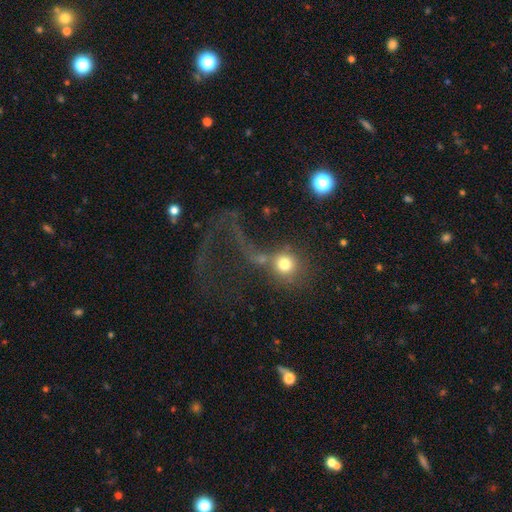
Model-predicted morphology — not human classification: The model was most divided on "merging": major disturbance: 39%, none: 27%, merger: 25%, minor disturbance: 10%. More confident: how rounded — round (85%); smooth or featured — smooth (50%).